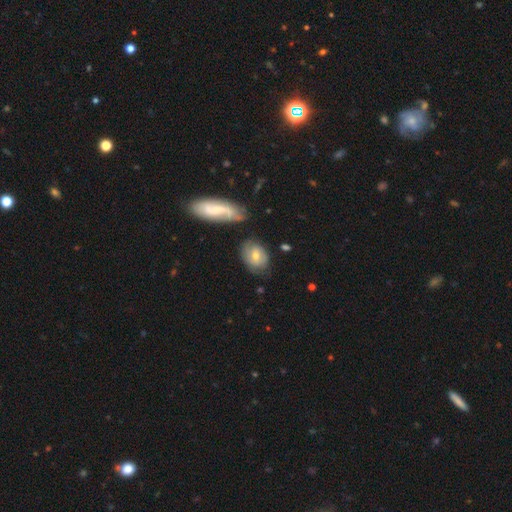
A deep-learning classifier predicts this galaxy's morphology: smooth_or_featured: smooth (p=0.48) [alt: featured or disk p=0.43]
merging: none (p=0.64) [alt: minor disturbance p=0.22]